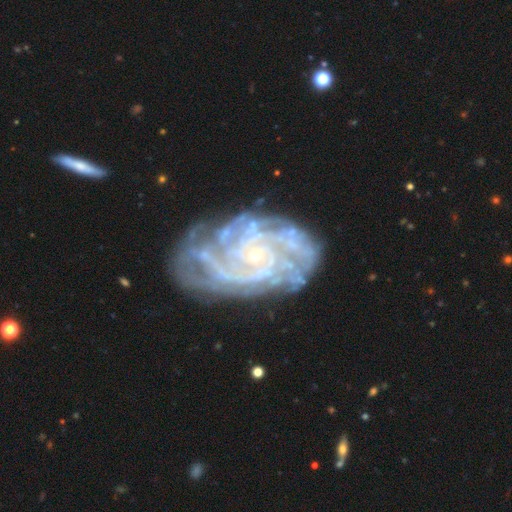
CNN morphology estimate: Smooth or featured: featured or disk — 90% (star or artifact — 6%)
Edge-on disk: no — 97% (yes — 3%)
Bar: no — 70% (weak — 22%)
Spiral arms: yes — 97% (no — 3%)
Spiral winding: tight — 70% (medium — 25%)
Spiral arm count: can't tell — 24% (tied with 4 — 24%)
Bulge size: small — 85% (moderate — 11%)
Merging: none — 69% (minor disturbance — 20%)